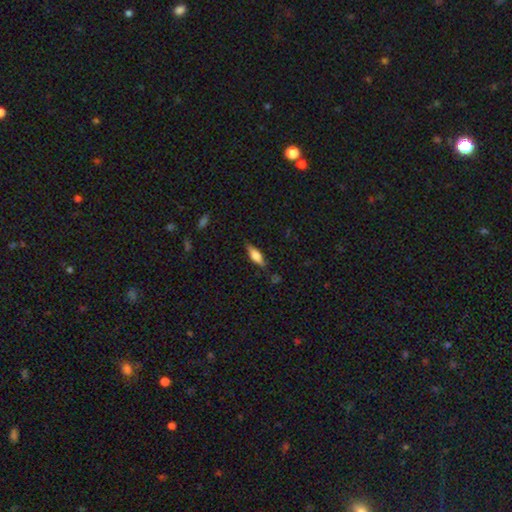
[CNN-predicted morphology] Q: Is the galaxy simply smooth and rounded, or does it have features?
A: smooth — 52%.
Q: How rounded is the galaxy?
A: in between — 53%.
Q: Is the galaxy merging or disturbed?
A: none — 82%.